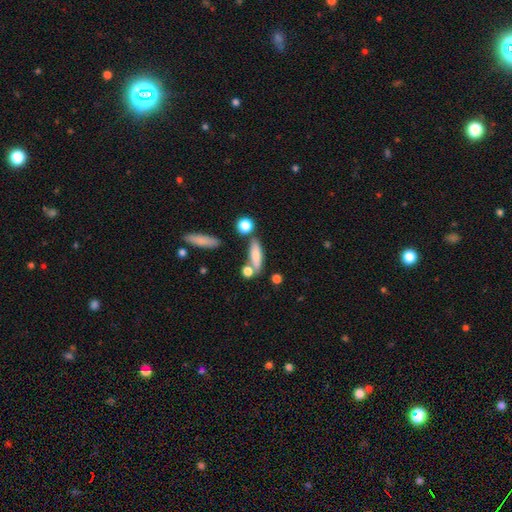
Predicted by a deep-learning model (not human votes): Smooth or featured?
  - smooth: 73% *
  - featured or disk: 19%
  - star or artifact: 8%
How rounded?
  - cigar-shaped: 62% *
  - in between: 33%
  - round: 5%
Merging?
  - none: 61% *
  - merger: 18%
  - minor disturbance: 15%
  - major disturbance: 6%